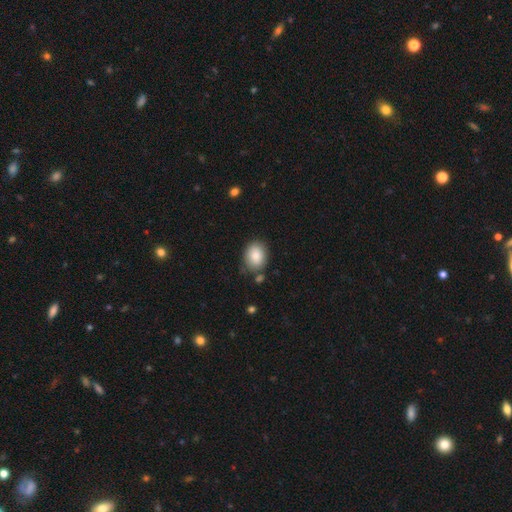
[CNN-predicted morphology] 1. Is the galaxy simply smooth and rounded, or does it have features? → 84% smooth, 8% featured or disk, 7% star or artifact.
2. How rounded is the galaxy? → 64% in between, 35% round, 1% cigar-shaped.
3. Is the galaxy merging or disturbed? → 75% none, 16% minor disturbance, 5% merger, 4% major disturbance.